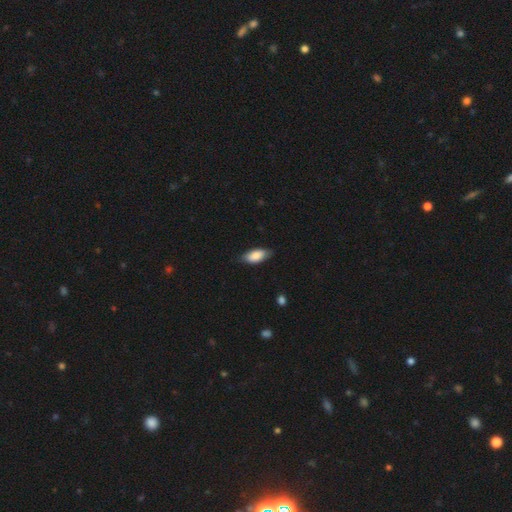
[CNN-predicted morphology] This is clearly a smooth galaxy (83%). How rounded: clearly in between (89%). Merging: likely none (80%).